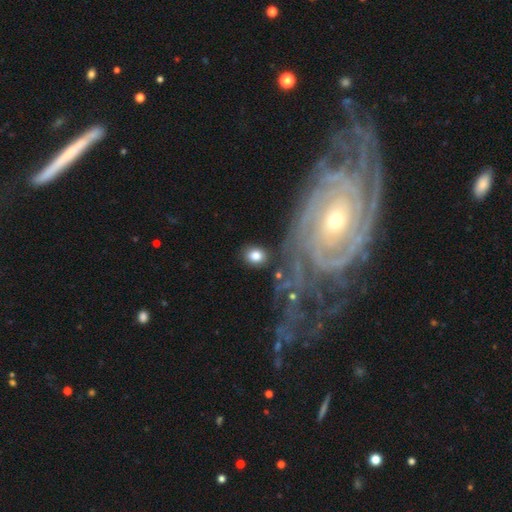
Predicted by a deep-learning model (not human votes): Q: Smooth or featured?
A: smooth (80%); runner-up: featured or disk (12%)
Q: How rounded?
A: in between (51%); runner-up: round (47%)
Q: Merging?
A: none (81%); runner-up: minor disturbance (10%)